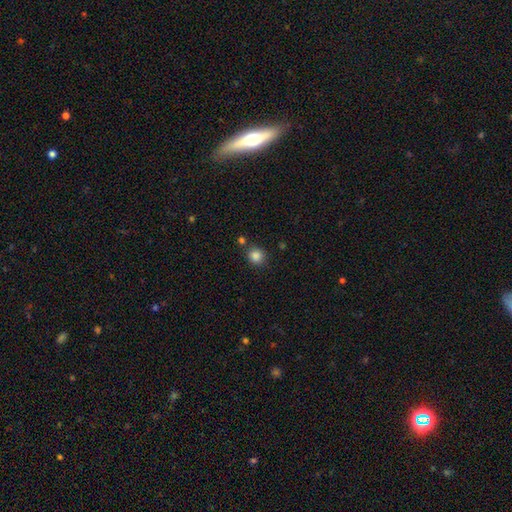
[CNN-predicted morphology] Smooth or featured: smooth — 85% (star or artifact — 11%)
How rounded: round — 87% (in between — 12%)
Merging: none — 79% (minor disturbance — 10%)